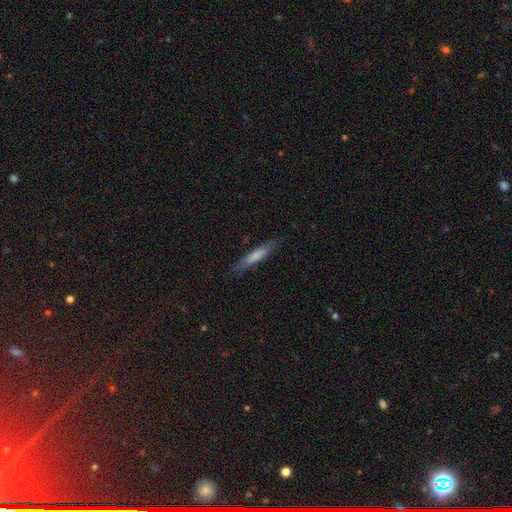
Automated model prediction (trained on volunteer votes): The model was most divided on "smooth or featured": smooth: 69%, featured or disk: 25%, star or artifact: 6%. More confident: how rounded — cigar-shaped (89%); merging — none (82%).